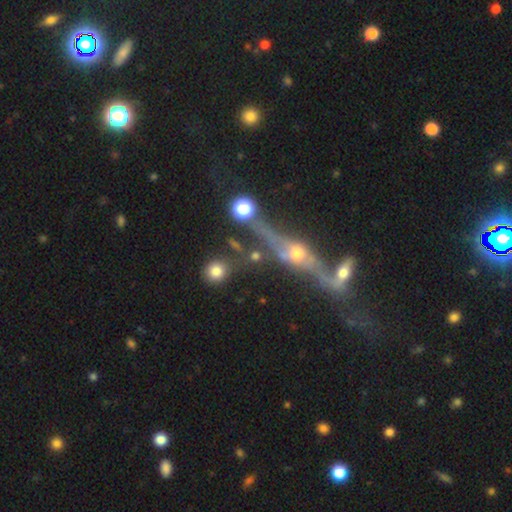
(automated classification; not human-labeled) Smooth or featured? Predicted: featured or disk (p=0.49). Merging? Predicted: none (p=0.54).